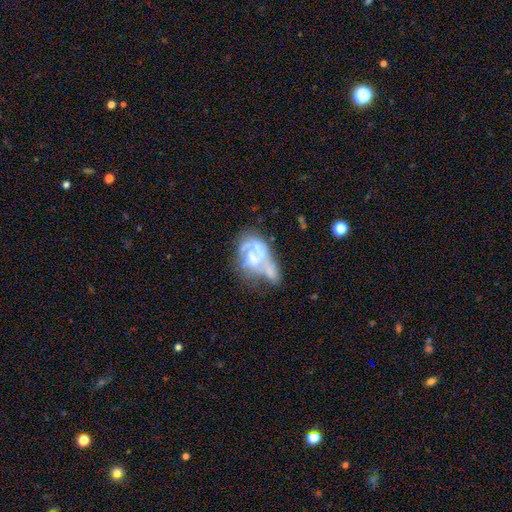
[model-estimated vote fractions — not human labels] Smooth or featured: featured or disk — 65% (smooth — 25%)
Edge-on disk: no — 97% (yes — 3%)
Bar: no — 78% (weak — 16%)
Spiral arms: no — 63% (yes — 37%)
Bulge size: none — 50% (moderate — 21%)
Merging: merger — 32% (major disturbance — 31%)